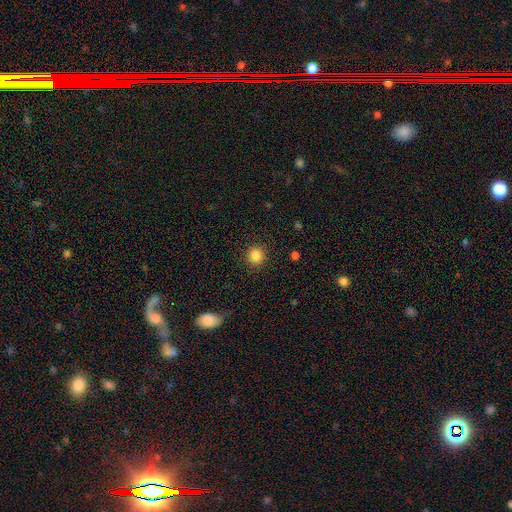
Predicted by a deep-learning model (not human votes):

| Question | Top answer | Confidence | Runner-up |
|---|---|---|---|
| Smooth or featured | smooth | 85% | star or artifact (11%) |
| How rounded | round | 88% | in between (11%) |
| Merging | none | 90% | minor disturbance (6%) |